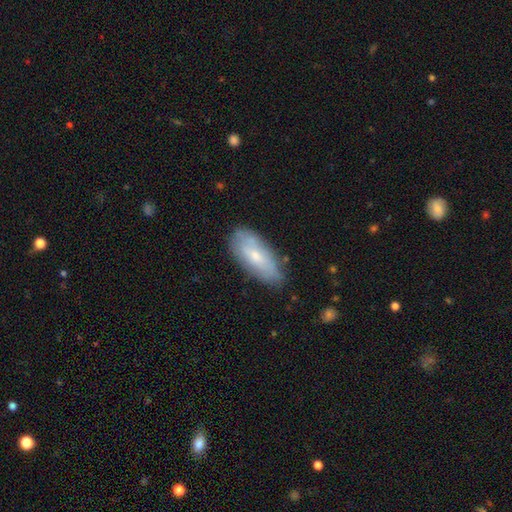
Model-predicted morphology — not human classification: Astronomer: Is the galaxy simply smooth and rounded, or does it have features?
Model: smooth — 58% (runner-up: featured or disk, 35%).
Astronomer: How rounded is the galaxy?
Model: in between — 83%.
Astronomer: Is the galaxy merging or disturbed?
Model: none — 73%.